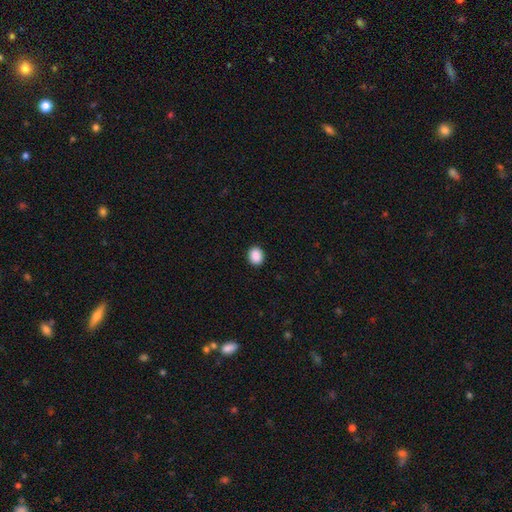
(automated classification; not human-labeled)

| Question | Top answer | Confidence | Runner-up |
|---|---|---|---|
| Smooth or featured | smooth | 90% | star or artifact (8%) |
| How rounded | round | 55% | in between (44%) |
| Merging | none | 92% | minor disturbance (6%) |